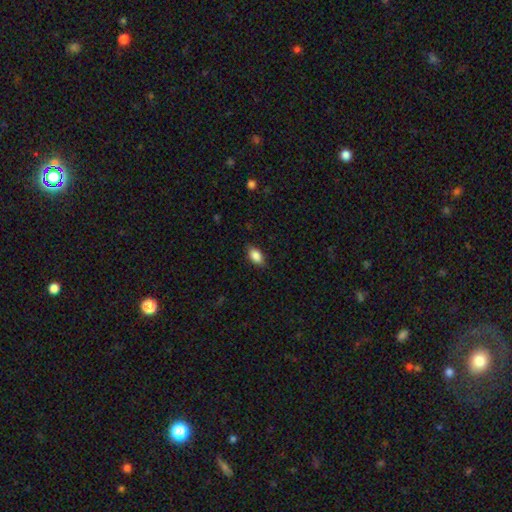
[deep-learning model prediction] Morphology: type=smooth (86%); roundness=in between (89%); merging=none (83%).